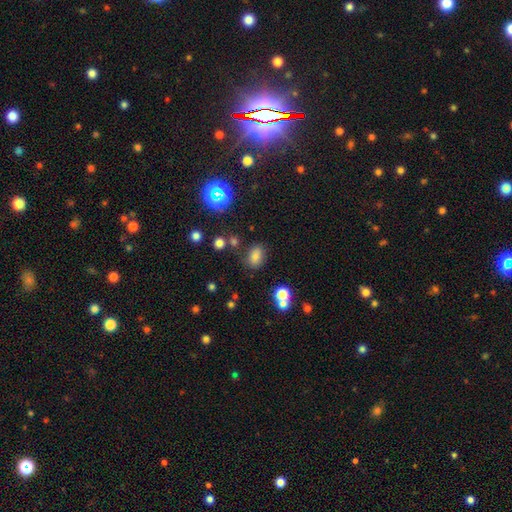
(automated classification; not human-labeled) smooth 73%, star or artifact 18%, featured or disk 9%. Down the decision tree: how rounded — in between (73%); merging — none (76%).